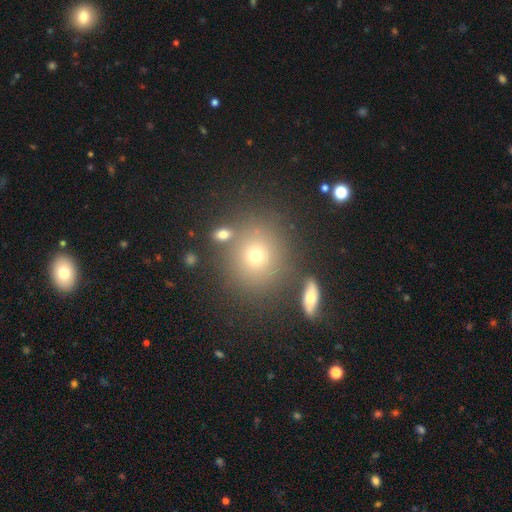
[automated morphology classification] Q: Smooth or featured?
A: smooth (62%); runner-up: star or artifact (25%)
Q: How rounded?
A: round (86%); runner-up: in between (13%)
Q: Merging?
A: none (79%); runner-up: merger (9%)